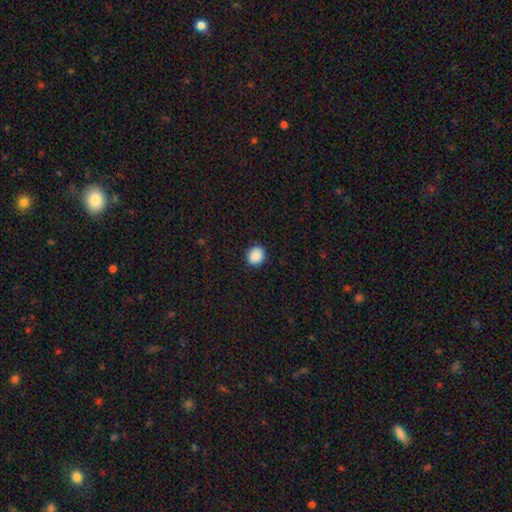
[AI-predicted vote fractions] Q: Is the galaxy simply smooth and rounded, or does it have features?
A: smooth — 89%.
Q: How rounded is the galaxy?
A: round — 85%.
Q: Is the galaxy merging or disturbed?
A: none — 91%.